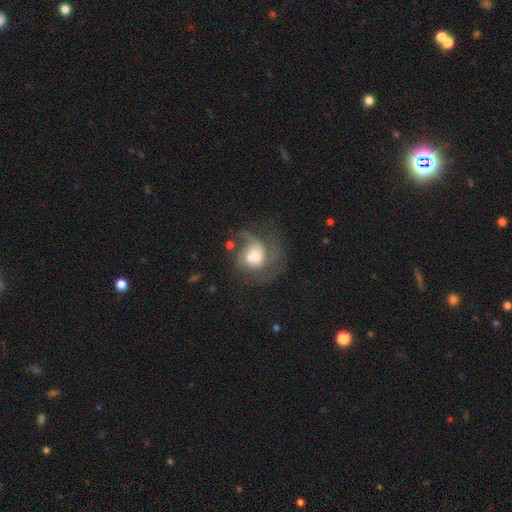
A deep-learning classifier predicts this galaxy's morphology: The model was most divided on "merging": none: 35%, major disturbance: 34%, minor disturbance: 18%, merger: 13%. Remaining: edge-on disk — no (98%); spiral arms — yes (79%); bar — no (70%); smooth or featured — featured or disk (63%); bulge size — moderate (43%).